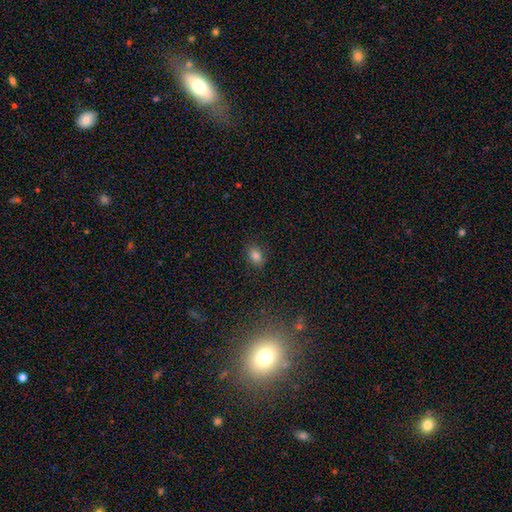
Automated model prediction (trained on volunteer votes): Morphology: type=smooth (81%); roundness=in between (70%); merging=none (85%).